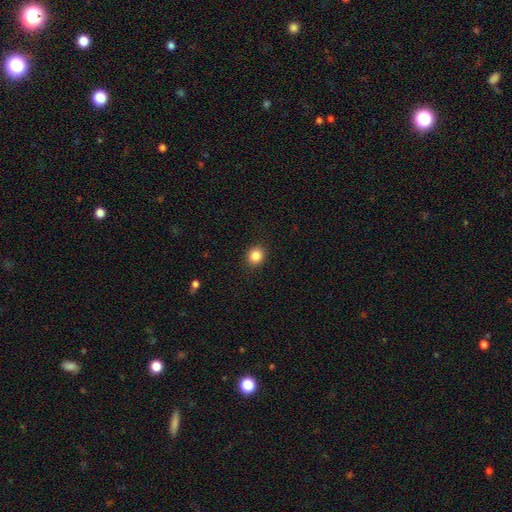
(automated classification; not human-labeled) smooth 85%, star or artifact 11%, featured or disk 4%. Down the decision tree: how rounded — round (83%); merging — none (91%).